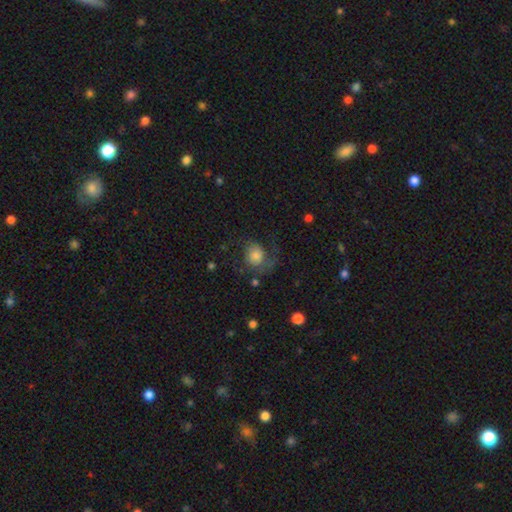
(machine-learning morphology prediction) Smooth or featured? featured or disk (46%)
Merging? none (48%)